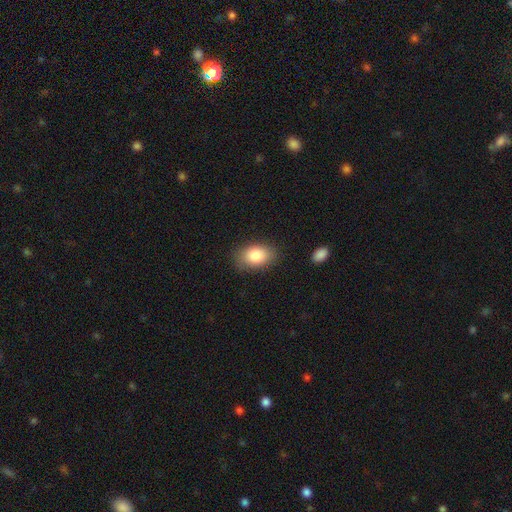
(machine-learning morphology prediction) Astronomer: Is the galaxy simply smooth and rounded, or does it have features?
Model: smooth — 84%.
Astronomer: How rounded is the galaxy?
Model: in between — 86%.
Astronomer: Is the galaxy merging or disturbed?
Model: none — 82%.